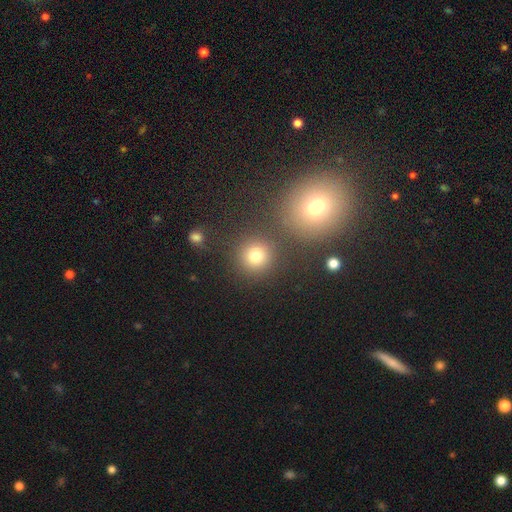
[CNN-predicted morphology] This appears to be a smooth galaxy with no disk features (77%) that is round (91%). Merging: none (82%).